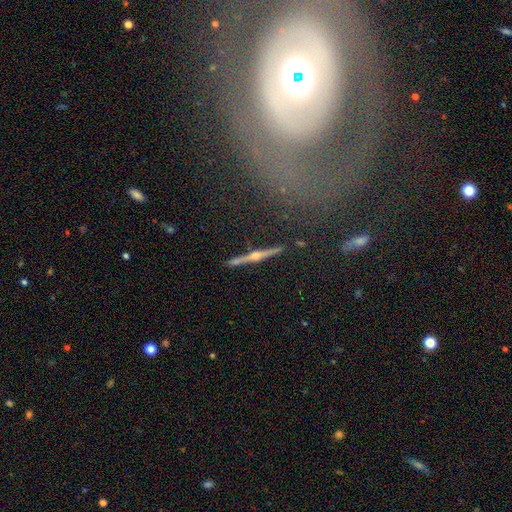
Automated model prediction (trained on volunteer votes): Q: Smooth or featured?
A: featured or disk (78%); runner-up: smooth (13%)
Q: Edge-on disk?
A: yes (97%); runner-up: no (3%)
Q: Edge-on bulge?
A: rounded (90%); runner-up: none (5%)
Q: Merging?
A: none (87%); runner-up: minor disturbance (8%)